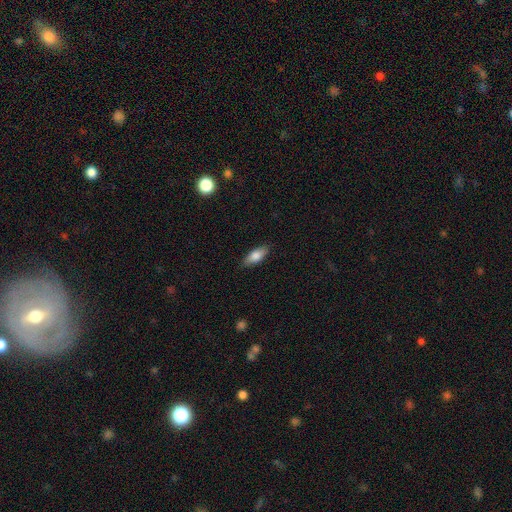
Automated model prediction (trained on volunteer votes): A smooth galaxy with no disk features (77%) that is in between round and cigar-shaped (74%). Merging: none (86%).